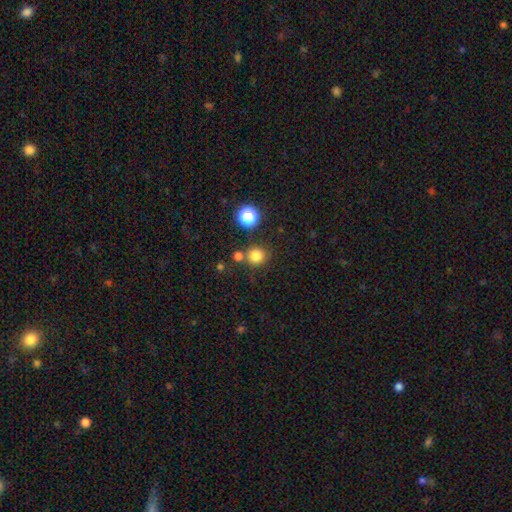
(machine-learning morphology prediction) The model was most divided on "merging": none: 76%, merger: 12%, minor disturbance: 9%, major disturbance: 3%. More confident: how rounded — round (89%); smooth or featured — smooth (80%).